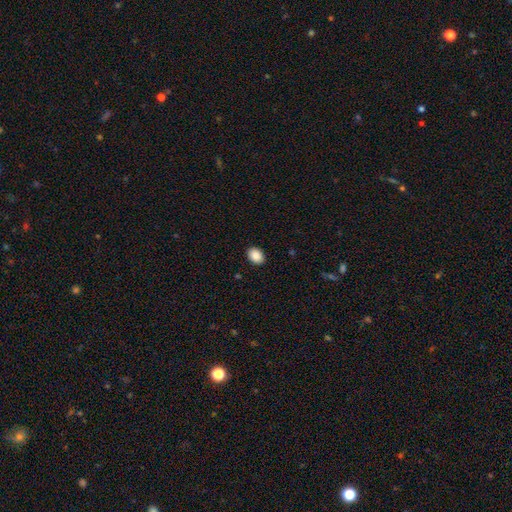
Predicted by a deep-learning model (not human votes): smooth-or-featured: smooth: 89% | star or artifact: 8% | featured or disk: 3%
  how-rounded: in between: 66% | round: 33% | cigar-shaped: 1%
  merging: none: 91% | minor disturbance: 7% | major disturbance: 2% | merger: 1%